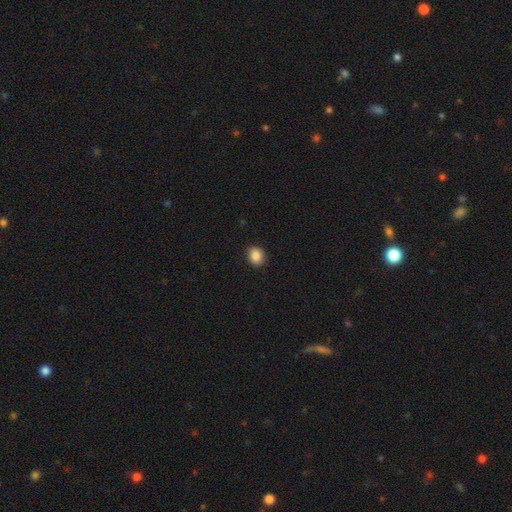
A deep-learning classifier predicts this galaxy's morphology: This is clearly a smooth galaxy (87%). How rounded: possibly round (52%). Merging: clearly none (90%).